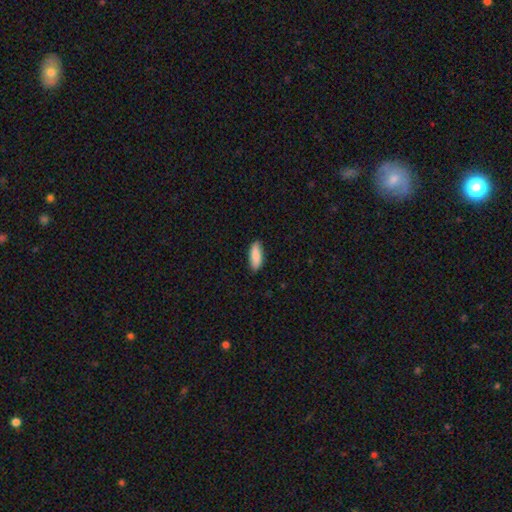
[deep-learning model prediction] Q: Smooth or featured?
A: smooth (86%); runner-up: featured or disk (9%)
Q: How rounded?
A: in between (70%); runner-up: cigar-shaped (28%)
Q: Merging?
A: none (86%); runner-up: minor disturbance (11%)